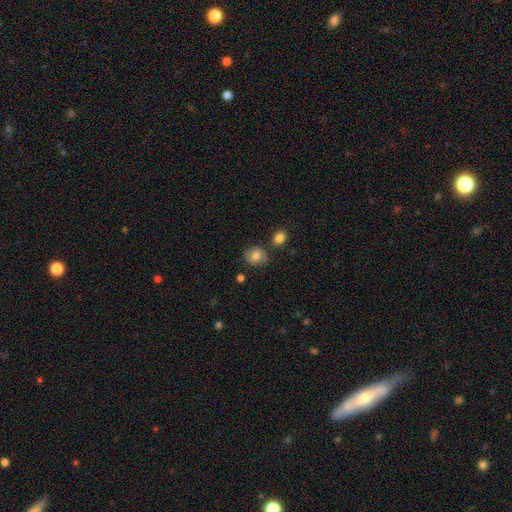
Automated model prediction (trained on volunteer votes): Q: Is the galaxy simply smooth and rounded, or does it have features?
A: smooth — 75%.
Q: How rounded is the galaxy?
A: round — 73%.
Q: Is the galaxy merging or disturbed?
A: none — 73%.